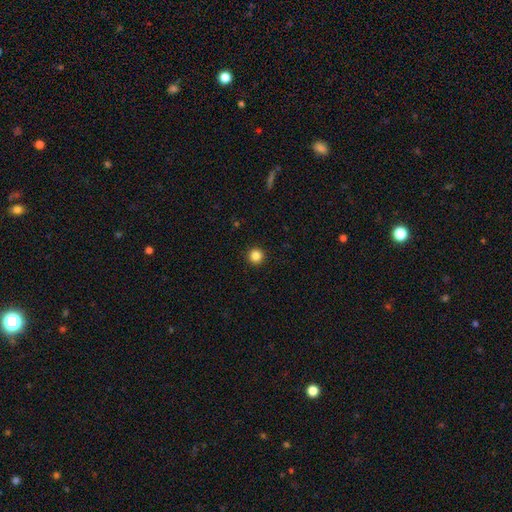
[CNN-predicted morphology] Smooth or featured: smooth — 85% (star or artifact — 11%)
How rounded: round — 96% (in between — 3%)
Merging: none — 93% (minor disturbance — 4%)